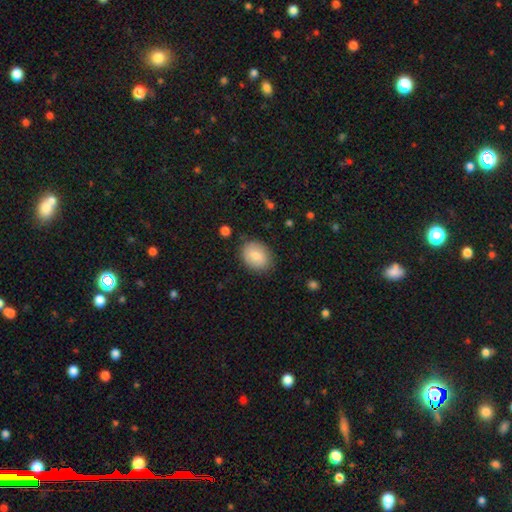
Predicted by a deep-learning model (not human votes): Smooth or featured? smooth (81%)
How rounded? in between (64%)
Merging? none (82%)